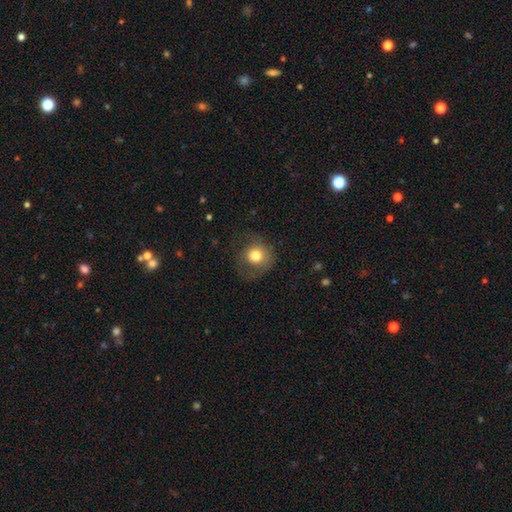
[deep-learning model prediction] Smooth or featured? smooth (77%)
How rounded? round (86%)
Merging? none (58%)